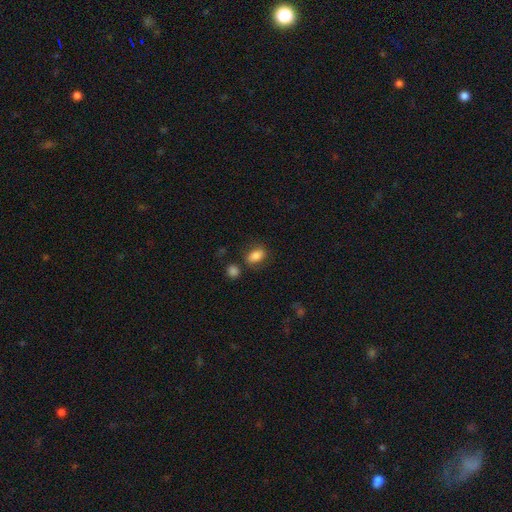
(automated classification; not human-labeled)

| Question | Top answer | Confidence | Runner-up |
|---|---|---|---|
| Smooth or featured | smooth | 82% | featured or disk (9%) |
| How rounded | in between | 85% | round (11%) |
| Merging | none | 71% | minor disturbance (15%) |